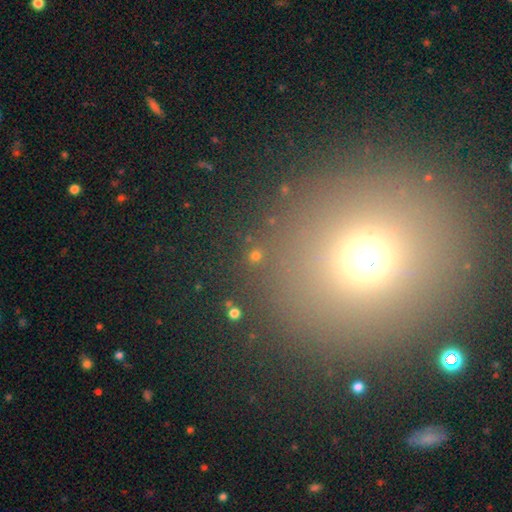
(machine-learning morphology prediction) Overall: smooth (64%; star or artifact 29%). How rounded: round (91%). Merging: none (84%).